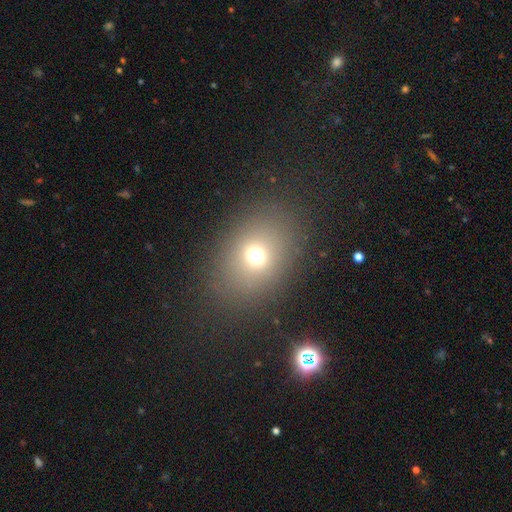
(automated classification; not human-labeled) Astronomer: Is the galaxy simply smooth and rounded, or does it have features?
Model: smooth — 69%.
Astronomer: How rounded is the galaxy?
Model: in between — 51% (runner-up: round, 48%).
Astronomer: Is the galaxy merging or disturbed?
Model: none — 83%.